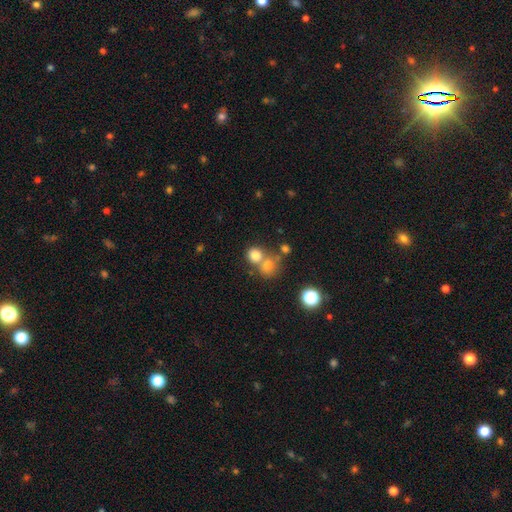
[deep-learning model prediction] Overall: smooth (75%). How rounded: round (80%). Merging: none (45%; merger 43%).